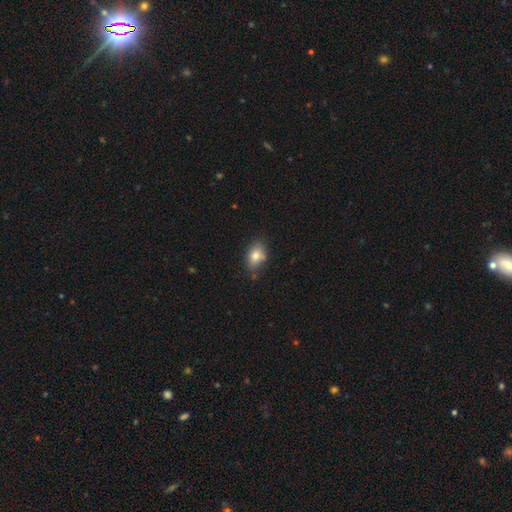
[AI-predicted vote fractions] Smooth or featured? Predicted: smooth (p=0.80). How rounded? Predicted: in between (p=0.83). Merging? Predicted: none (p=0.72).